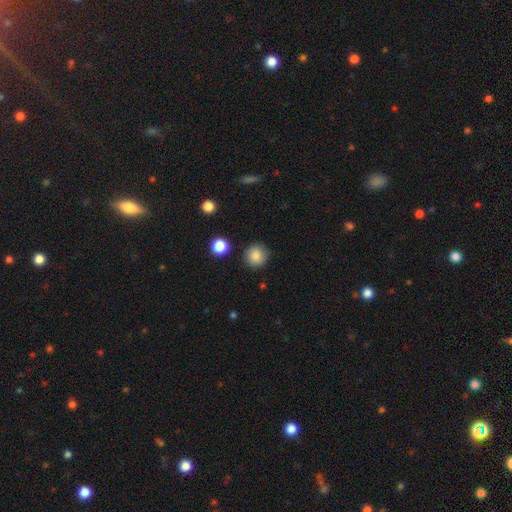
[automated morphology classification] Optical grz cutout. It shows a smooth galaxy with no disk features (86%) that is round (92%). Merging: none (88%).